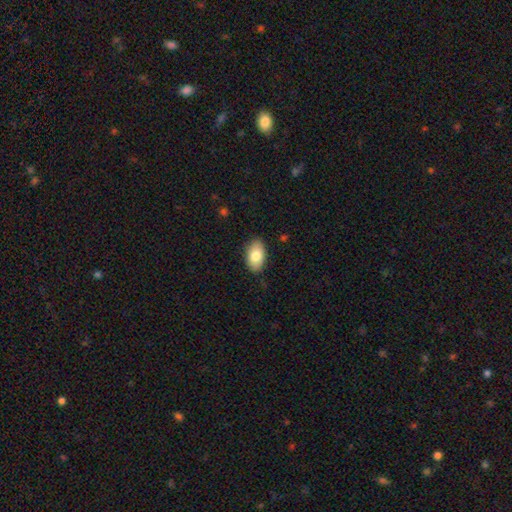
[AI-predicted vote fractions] smooth_or_featured: smooth (p=0.80) [alt: featured or disk p=0.13]
how_rounded: in between (p=0.92) [alt: round p=0.06]
merging: none (p=0.86) [alt: minor disturbance p=0.11]